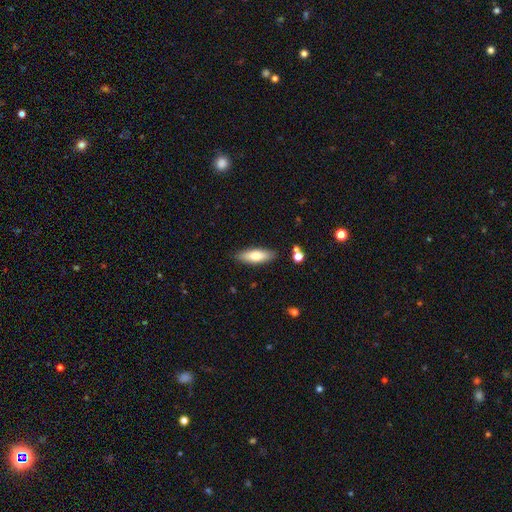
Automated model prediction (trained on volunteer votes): Smooth or featured: smooth — 70% (featured or disk — 23%)
How rounded: in between — 56% (cigar-shaped — 42%)
Merging: none — 86% (minor disturbance — 10%)